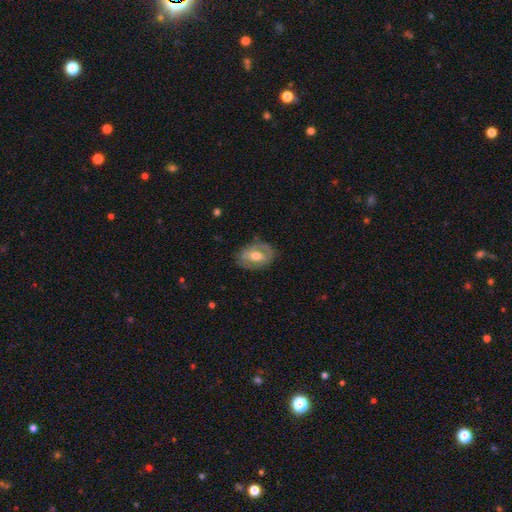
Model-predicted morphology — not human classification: smooth_or_featured: featured or disk (p=0.56) [alt: smooth p=0.38]
disk_edge_on: no (p=0.92) [alt: yes p=0.08]
bar: no (p=0.48) [alt: weak p=0.35]
has_spiral_arms: no (p=0.58) [alt: yes p=0.42]
bulge_size: moderate (p=0.72) [alt: small p=0.17]
merging: none (p=0.76) [alt: minor disturbance p=0.17]